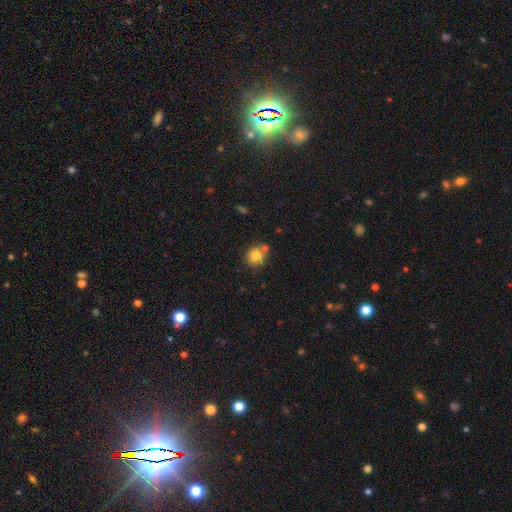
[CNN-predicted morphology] smooth 82%, star or artifact 10%, featured or disk 9%. Down the decision tree: how rounded — round (87%); merging — none (65%).